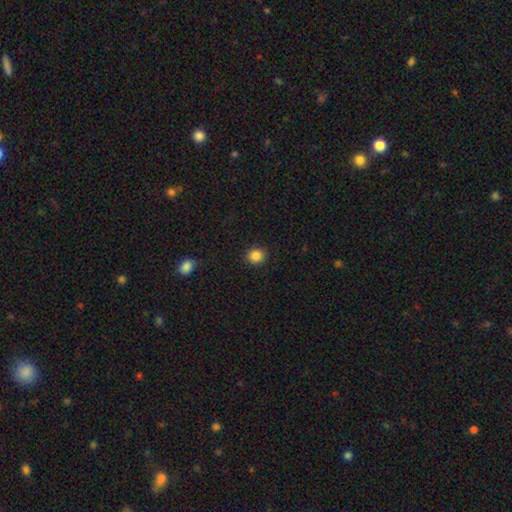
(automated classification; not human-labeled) Smooth or featured? smooth (86%)
How rounded? round (87%)
Merging? none (90%)